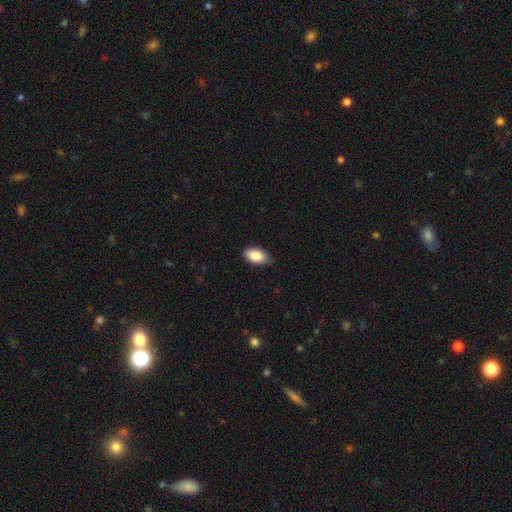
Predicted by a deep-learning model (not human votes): Q: Smooth or featured?
A: smooth (86%); runner-up: featured or disk (7%)
Q: How rounded?
A: in between (93%); runner-up: round (5%)
Q: Merging?
A: none (74%); runner-up: minor disturbance (23%)